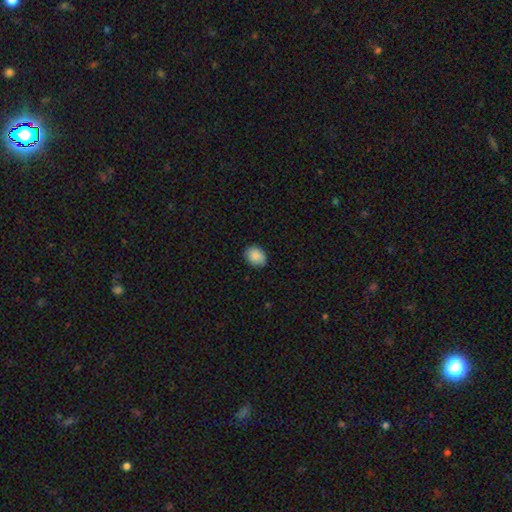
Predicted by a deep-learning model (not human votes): smooth_or_featured: smooth (p=0.88) [alt: star or artifact p=0.07]
how_rounded: in between (p=0.63) [alt: round p=0.36]
merging: none (p=0.85) [alt: minor disturbance p=0.12]